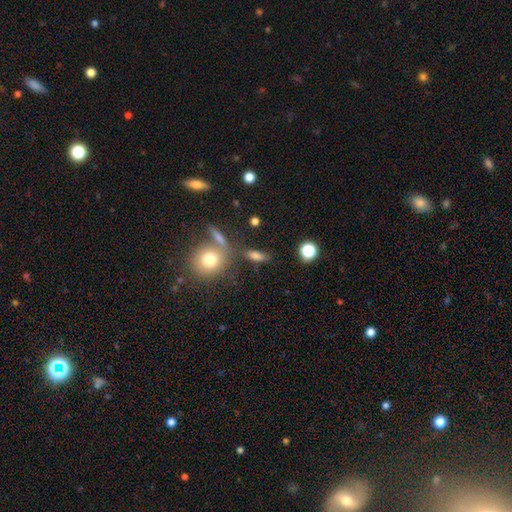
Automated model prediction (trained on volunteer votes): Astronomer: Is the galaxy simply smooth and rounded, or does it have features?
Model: smooth — 74%.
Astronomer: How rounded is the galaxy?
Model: in between — 54% (runner-up: cigar-shaped, 33%).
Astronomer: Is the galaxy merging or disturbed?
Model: none — 69%.